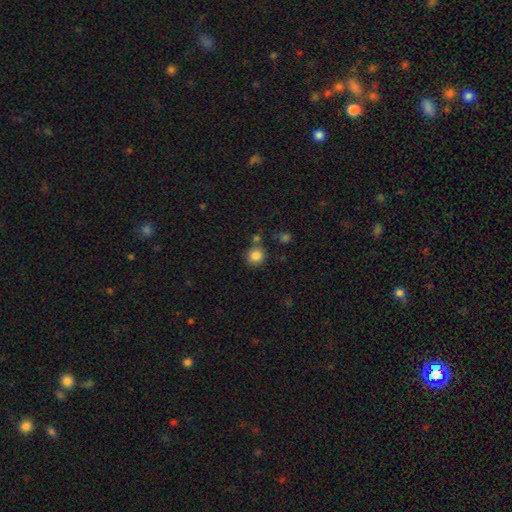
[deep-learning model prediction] Q: Smooth or featured?
A: smooth (84%); runner-up: star or artifact (11%)
Q: How rounded?
A: round (89%); runner-up: in between (10%)
Q: Merging?
A: none (73%); runner-up: merger (12%)